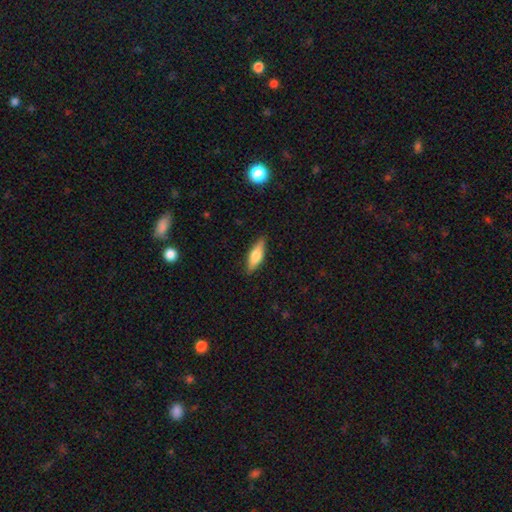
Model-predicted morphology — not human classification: Smooth or featured? smooth (61%)
How rounded? in between (52%)
Merging? none (86%)